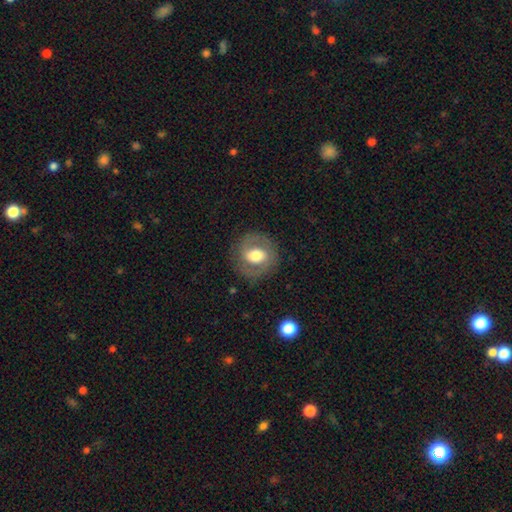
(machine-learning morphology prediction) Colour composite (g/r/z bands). It shows a featured or disk galaxy (59%) with a weak bar (41%), spiral arms (67%) and a moderate central bulge (56%). Merging: none (81%).